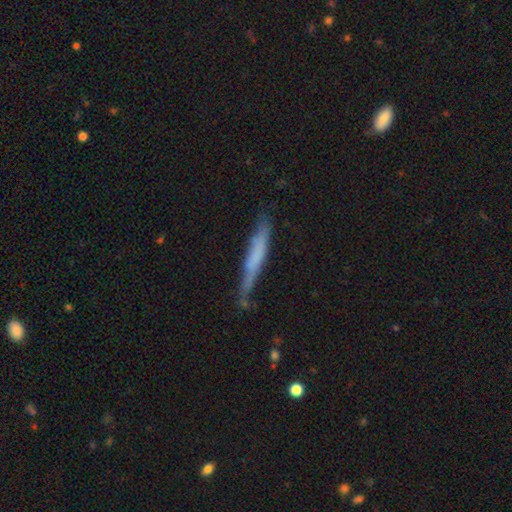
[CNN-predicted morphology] type=smooth (54%); roundness=cigar-shaped (94%); merging=none (62%).